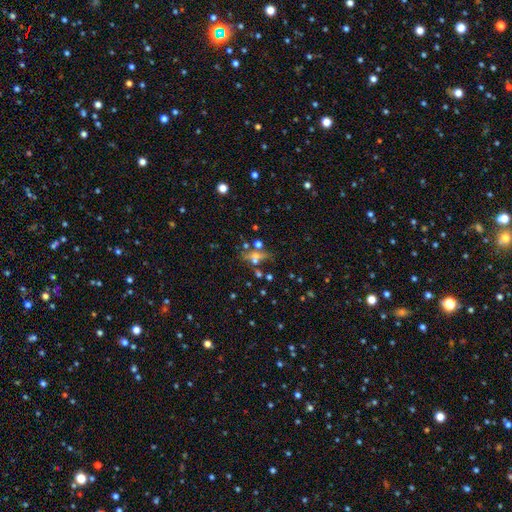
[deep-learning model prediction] smooth_or_featured: smooth (p=0.37) [alt: featured or disk p=0.35]
merging: none (p=0.51) [alt: merger p=0.24]